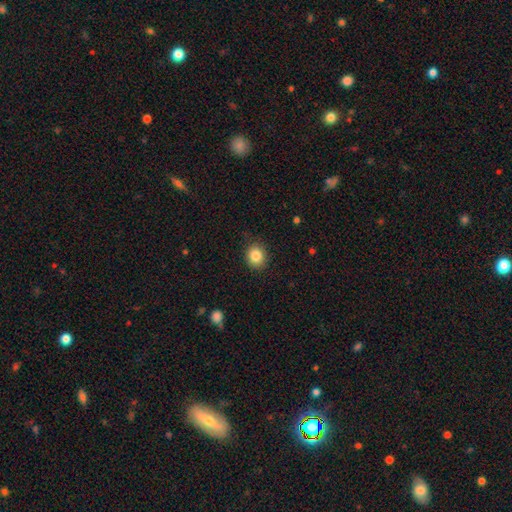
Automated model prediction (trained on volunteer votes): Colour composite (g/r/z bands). It shows a smooth galaxy with no disk features (85%) that is round (71%). Merging: none (86%).